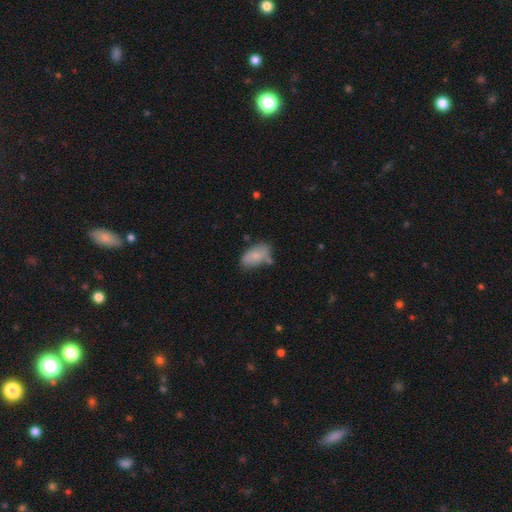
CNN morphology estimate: Smooth or featured?
  - smooth: 75% *
  - featured or disk: 18%
  - star or artifact: 7%
How rounded?
  - in between: 93% *
  - round: 5%
  - cigar-shaped: 3%
Merging?
  - none: 62% *
  - minor disturbance: 23%
  - merger: 10%
  - major disturbance: 5%